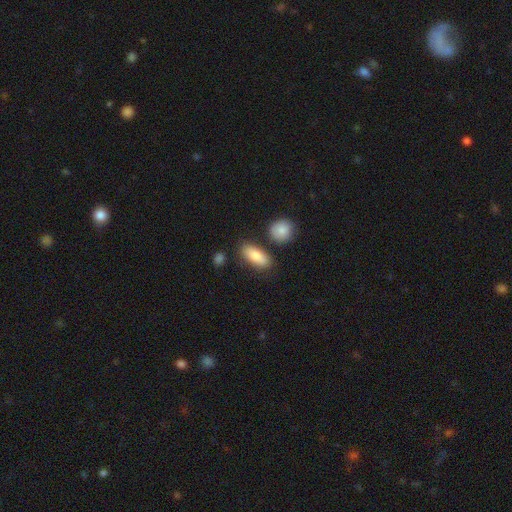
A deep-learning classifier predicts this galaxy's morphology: The model was most divided on "how rounded": in between: 81%, cigar-shaped: 15%, round: 3%. More confident: smooth or featured — smooth (85%); merging — none (79%).